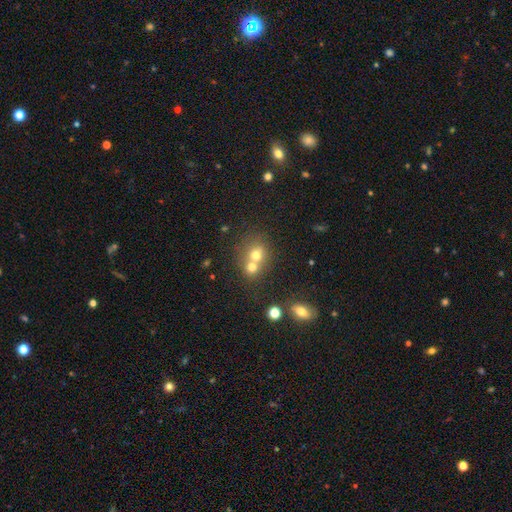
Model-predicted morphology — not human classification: Smooth or featured? Predicted: smooth (p=0.67). How rounded? Predicted: round (p=0.74). Merging? Predicted: merger (p=0.58).